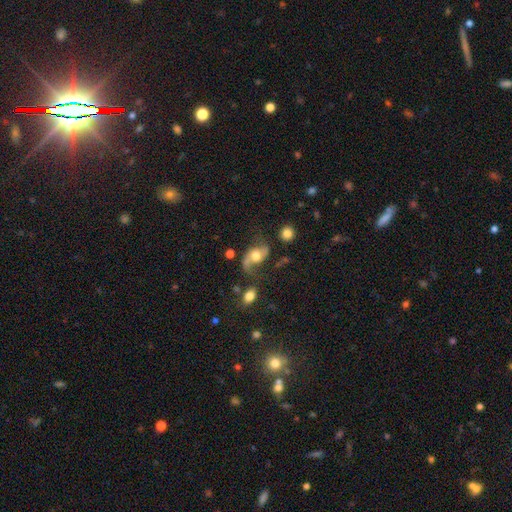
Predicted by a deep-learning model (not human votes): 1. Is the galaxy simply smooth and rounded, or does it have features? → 77% featured or disk, 15% smooth, 7% star or artifact.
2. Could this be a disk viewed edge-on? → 96% no, 4% yes.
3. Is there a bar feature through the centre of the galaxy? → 65% no, 27% weak, 9% strong.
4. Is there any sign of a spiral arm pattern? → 93% yes, 7% no.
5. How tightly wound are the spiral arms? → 76% loose, 20% medium, 5% tight.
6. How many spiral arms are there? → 89% 2, 6% 1, 2% can't tell, 1% 3, 1% 4, 1% more than 4.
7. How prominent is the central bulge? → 59% moderate, 27% large, 9% small, 3% dominant, 2% none.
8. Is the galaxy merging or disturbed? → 59% none, 20% minor disturbance, 16% major disturbance, 5% merger.